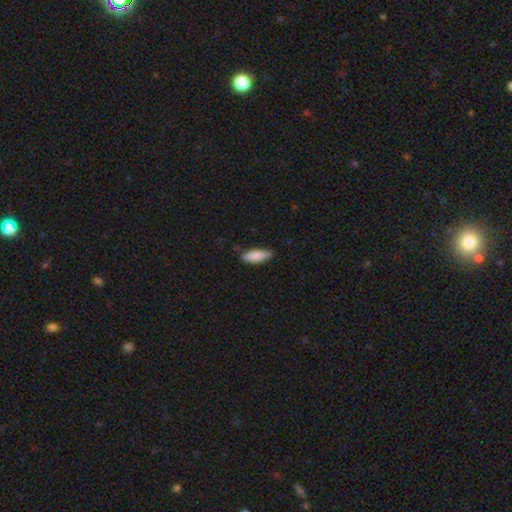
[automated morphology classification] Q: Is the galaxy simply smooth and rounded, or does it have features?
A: smooth — 86%.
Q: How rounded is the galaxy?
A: in between — 55%.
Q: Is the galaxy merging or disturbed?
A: none — 81%.